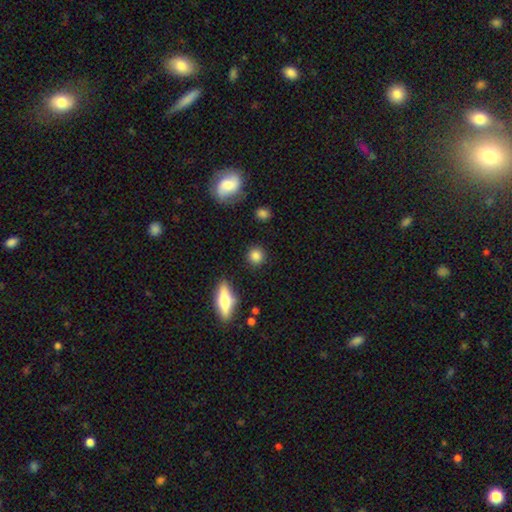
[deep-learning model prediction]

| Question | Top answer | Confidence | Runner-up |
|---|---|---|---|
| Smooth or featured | smooth | 83% | star or artifact (10%) |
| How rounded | round | 89% | in between (9%) |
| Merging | none | 88% | minor disturbance (7%) |